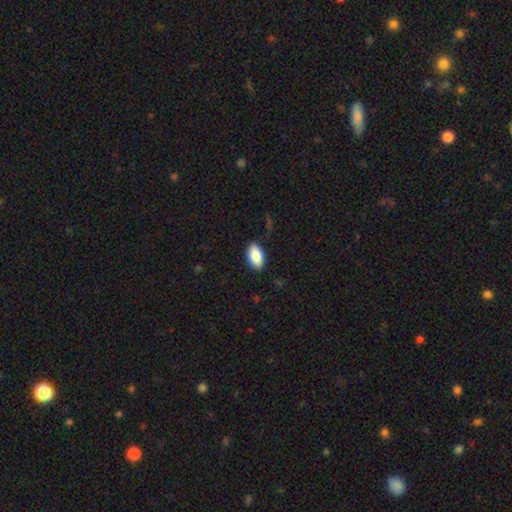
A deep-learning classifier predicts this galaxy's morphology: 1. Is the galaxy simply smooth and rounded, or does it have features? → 86% smooth, 8% featured or disk, 7% star or artifact.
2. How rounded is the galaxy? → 94% in between, 4% round, 3% cigar-shaped.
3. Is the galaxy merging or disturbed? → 87% none, 9% minor disturbance, 2% major disturbance, 1% merger.